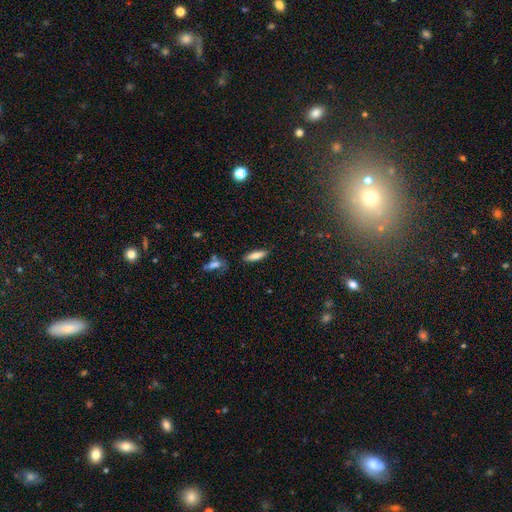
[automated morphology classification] smooth-or-featured: smooth: 76% | featured or disk: 16% | star or artifact: 8%
  how-rounded: cigar-shaped: 61% | in between: 37% | round: 2%
  merging: none: 84% | minor disturbance: 10% | merger: 3% | major disturbance: 3%